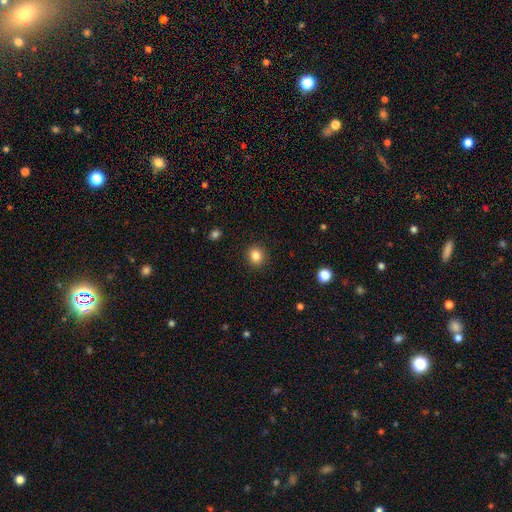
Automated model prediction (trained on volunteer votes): smooth_or_featured: smooth (p=0.84) [alt: star or artifact p=0.11]
how_rounded: round (p=0.84) [alt: in between p=0.15]
merging: none (p=0.92) [alt: minor disturbance p=0.06]